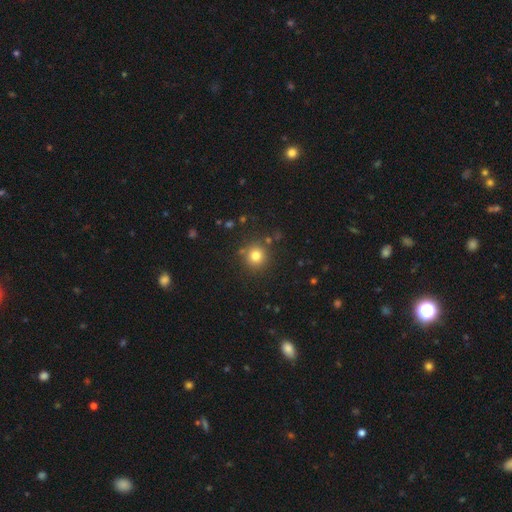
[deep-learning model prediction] smooth 79%, star or artifact 14%, featured or disk 7%. Down the decision tree: how rounded — round (93%); merging — none (85%).